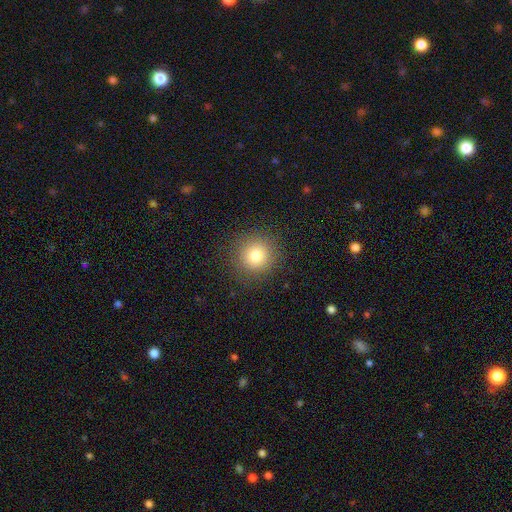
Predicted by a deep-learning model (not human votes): A smooth galaxy with no disk features (81%) that is round (94%). Merging: none (89%).